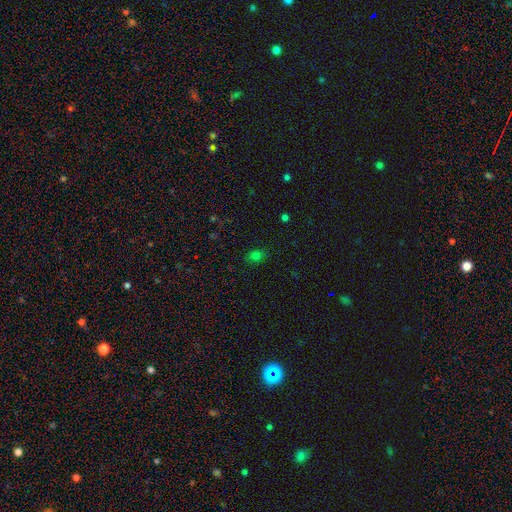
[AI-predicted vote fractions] smooth_or_featured: smooth (p=0.74) [alt: star or artifact p=0.21]
how_rounded: round (p=0.54) [alt: in between p=0.45]
merging: none (p=0.83) [alt: minor disturbance p=0.12]